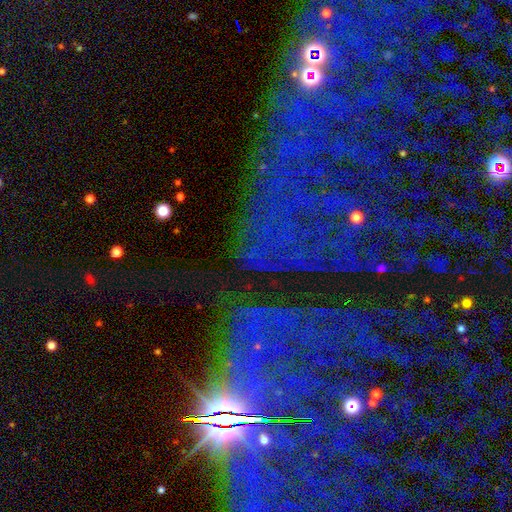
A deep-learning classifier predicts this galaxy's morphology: smooth-or-featured: star or artifact: 73% | featured or disk: 15% | smooth: 12%